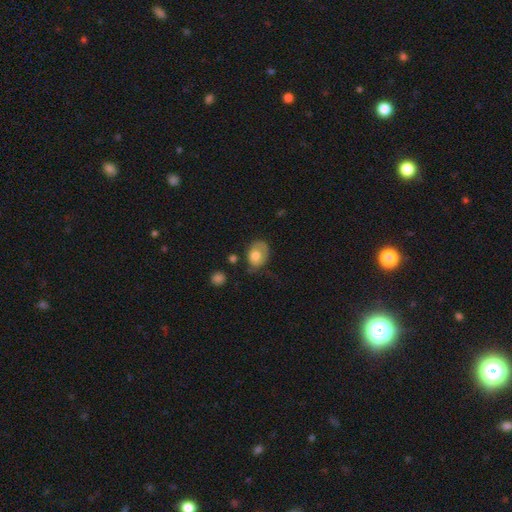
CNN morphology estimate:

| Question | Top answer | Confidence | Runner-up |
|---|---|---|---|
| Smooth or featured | smooth | 68% | featured or disk (25%) |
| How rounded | in between | 64% | round (35%) |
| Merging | none | 45% | minor disturbance (33%) |